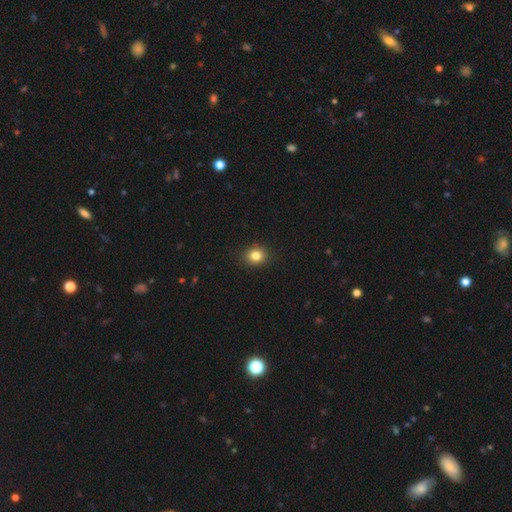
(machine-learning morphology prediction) A smooth galaxy with no disk features (82%) that is round (77%).

Vote fractions:
- Smooth or featured? smooth: 82% / star or artifact: 12% / featured or disk: 6%
- How rounded? round: 77% / in between: 23% / cigar-shaped: 1%
- Merging? none: 91% / minor disturbance: 7% / major disturbance: 2% / merger: 1%